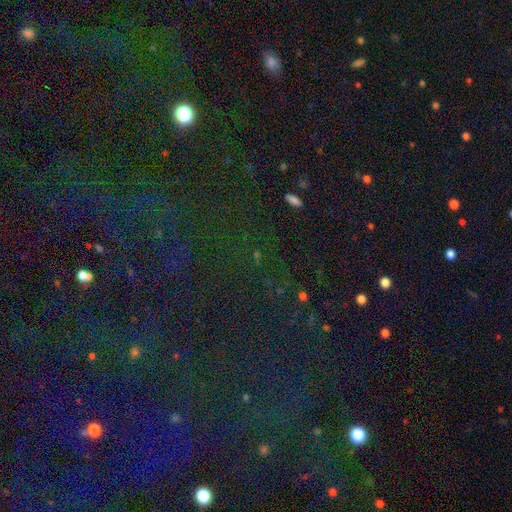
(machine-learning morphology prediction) A star or artifact, not a galaxy (79%).

Vote fractions:
- Smooth or featured? star or artifact: 79% / smooth: 13% / featured or disk: 9%